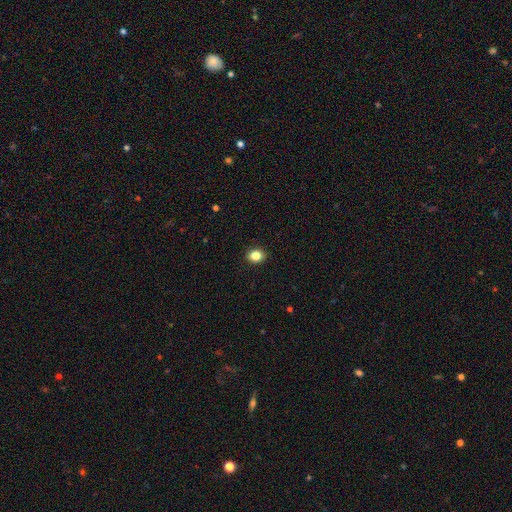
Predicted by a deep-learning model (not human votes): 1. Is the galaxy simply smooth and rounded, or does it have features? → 85% smooth, 10% star or artifact, 5% featured or disk.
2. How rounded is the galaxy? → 51% round, 48% in between, 1% cigar-shaped.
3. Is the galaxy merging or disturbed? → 91% none, 6% minor disturbance, 2% major disturbance, 1% merger.